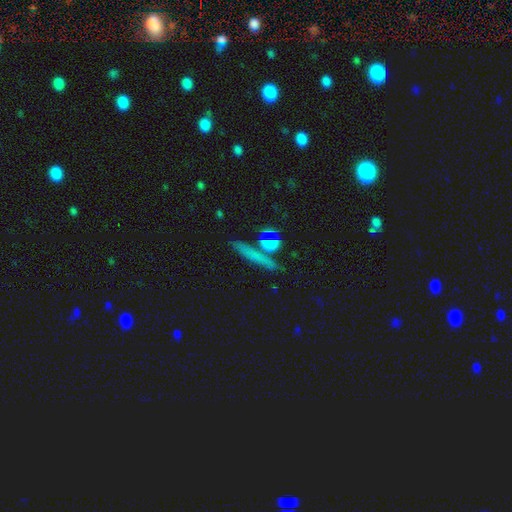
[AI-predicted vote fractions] The model was most divided on "smooth or featured": smooth: 52%, featured or disk: 32%, star or artifact: 16%. More confident: how rounded — cigar-shaped (76%); merging — none (75%).